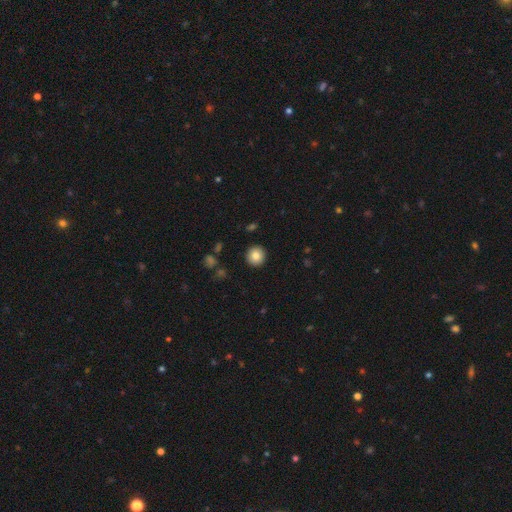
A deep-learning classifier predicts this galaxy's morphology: Overall: smooth (83%). How rounded: round (94%). Merging: none (92%).